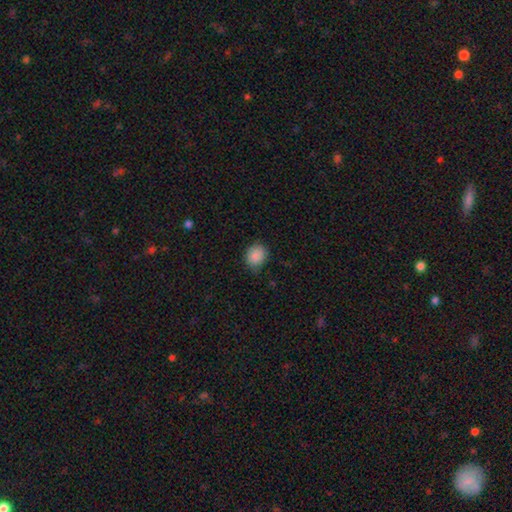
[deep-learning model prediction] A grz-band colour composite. It shows a smooth galaxy with no disk features (88%) that is round (63%). Merging: none (77%).